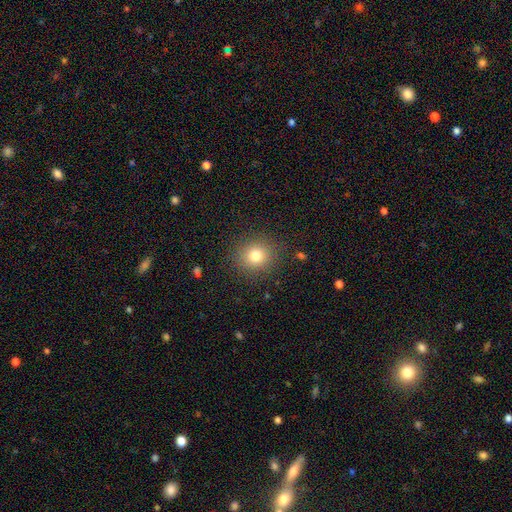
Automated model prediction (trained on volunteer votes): This is likely a smooth galaxy (78%). How rounded: clearly round (85%). Merging: clearly none (88%).